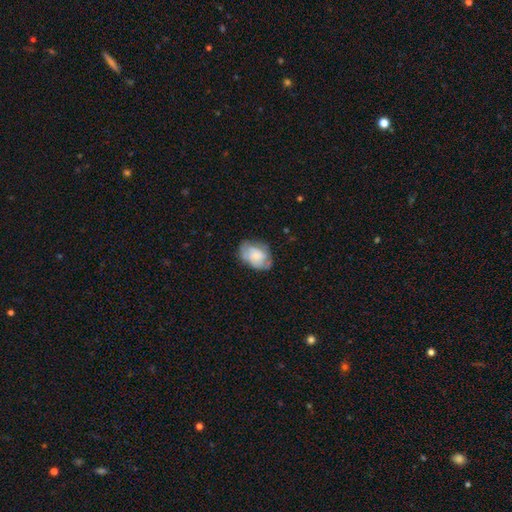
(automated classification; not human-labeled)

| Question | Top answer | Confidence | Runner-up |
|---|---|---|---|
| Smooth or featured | smooth | 52% | featured or disk (40%) |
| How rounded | in between | 80% | round (19%) |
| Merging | none | 63% | minor disturbance (26%) |